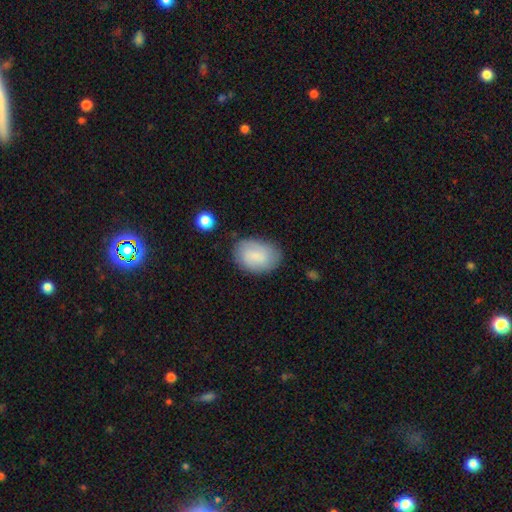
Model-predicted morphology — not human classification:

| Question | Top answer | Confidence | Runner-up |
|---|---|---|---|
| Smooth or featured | smooth | 74% | featured or disk (19%) |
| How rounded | in between | 86% | round (13%) |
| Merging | none | 74% | minor disturbance (18%) |